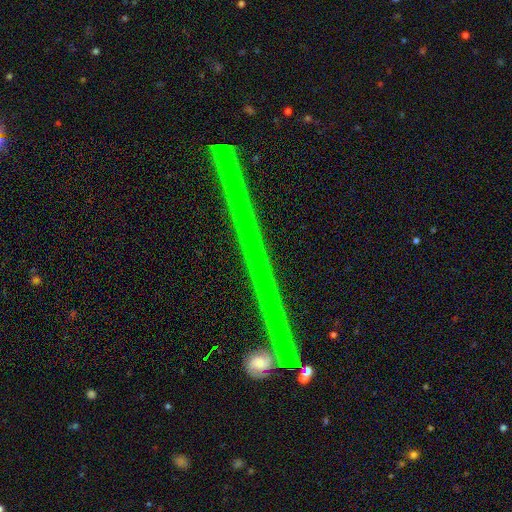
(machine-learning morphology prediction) A star or artifact, not a galaxy (44%).